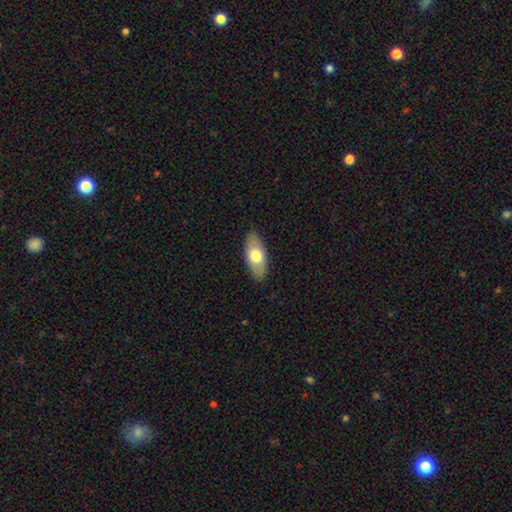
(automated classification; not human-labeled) smooth 68%, featured or disk 26%, star or artifact 6%. Down the decision tree: how rounded — in between (90%); merging — none (88%).